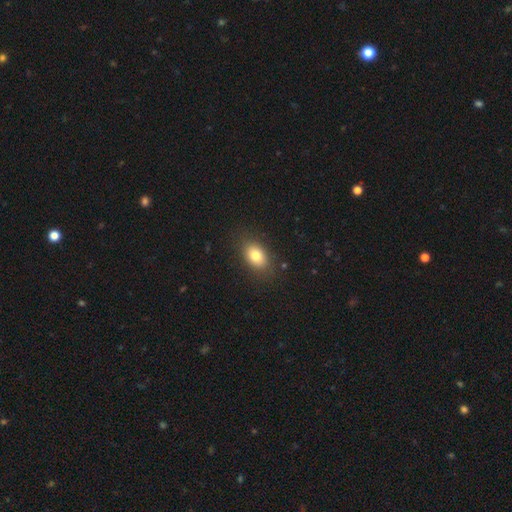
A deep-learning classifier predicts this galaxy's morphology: Smooth or featured: smooth — 80% (featured or disk — 11%)
How rounded: in between — 82% (round — 16%)
Merging: none — 84% (minor disturbance — 11%)